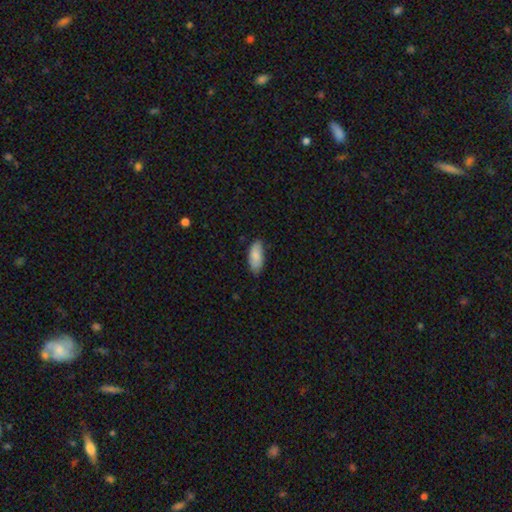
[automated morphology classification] Smooth or featured? smooth (85%)
How rounded? in between (86%)
Merging? none (77%)